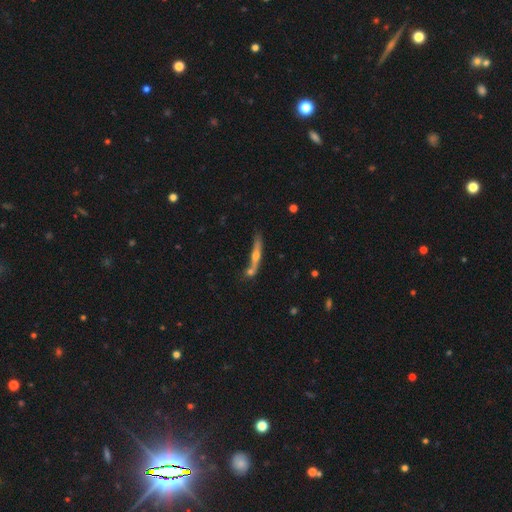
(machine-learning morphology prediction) A featured or disk galaxy (55%) viewed edge-on (91%) with a rounded central bulge (83%).

Vote fractions:
- Smooth or featured? featured or disk: 55% / smooth: 37% / star or artifact: 7%
- Edge-on disk? yes: 91% / no: 9%
- Edge-on bulge? rounded: 83% / none: 11% / boxy: 6%
- Merging? none: 53% / merger: 26% / minor disturbance: 15% / major disturbance: 6%